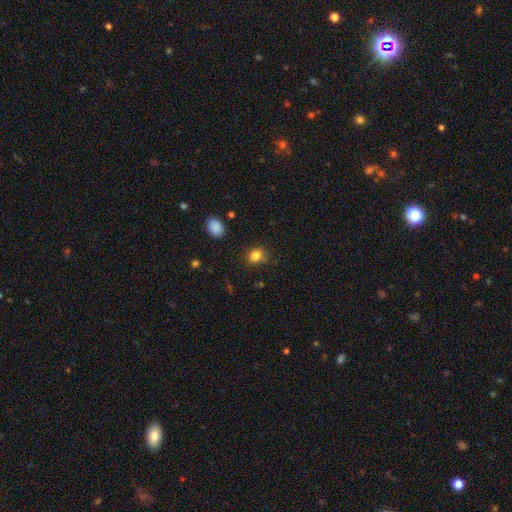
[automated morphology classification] A smooth galaxy with no disk features (83%) that is round (61%). Merging: none (78%).